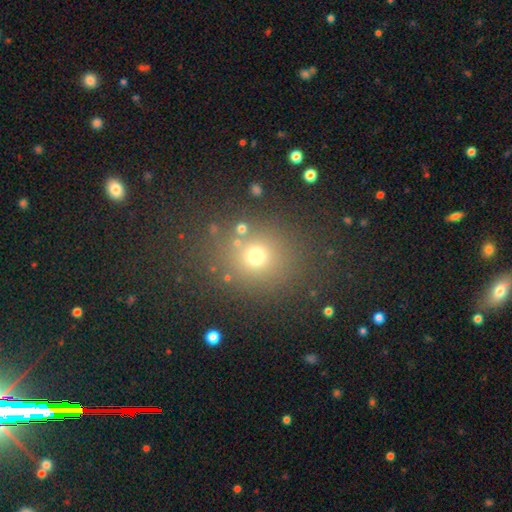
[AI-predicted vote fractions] Smooth or featured: smooth — 67% (star or artifact — 24%)
How rounded: round — 80% (in between — 19%)
Merging: none — 80% (minor disturbance — 10%)